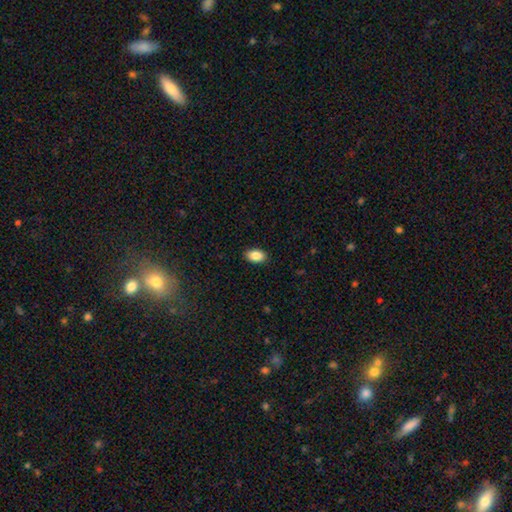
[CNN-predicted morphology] smooth_or_featured: smooth (p=0.88) [alt: star or artifact p=0.08]
how_rounded: in between (p=0.91) [alt: round p=0.07]
merging: none (p=0.89) [alt: minor disturbance p=0.08]